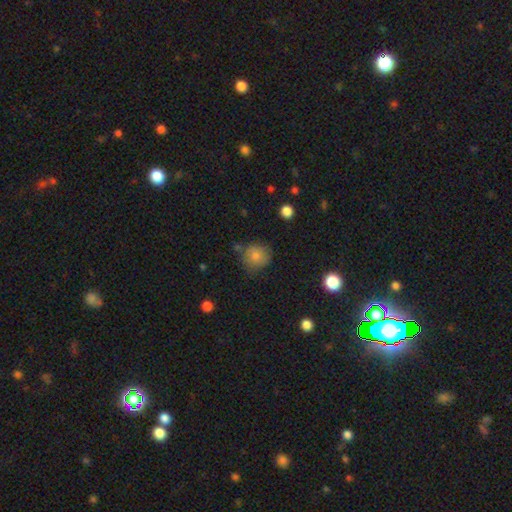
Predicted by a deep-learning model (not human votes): Smooth or featured: smooth — 78% (featured or disk — 11%)
How rounded: round — 87% (in between — 12%)
Merging: none — 67% (minor disturbance — 21%)